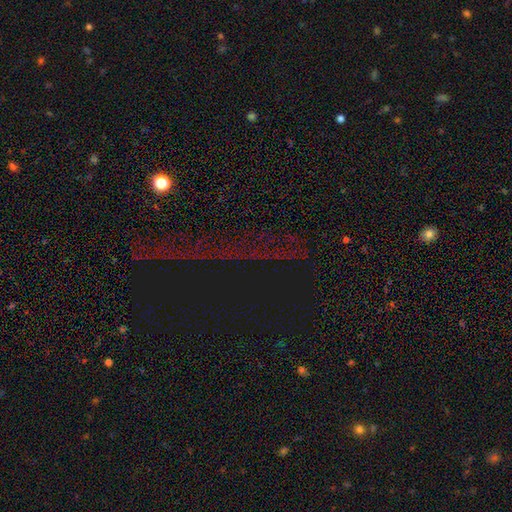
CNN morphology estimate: A star or artifact, not a galaxy (78%).